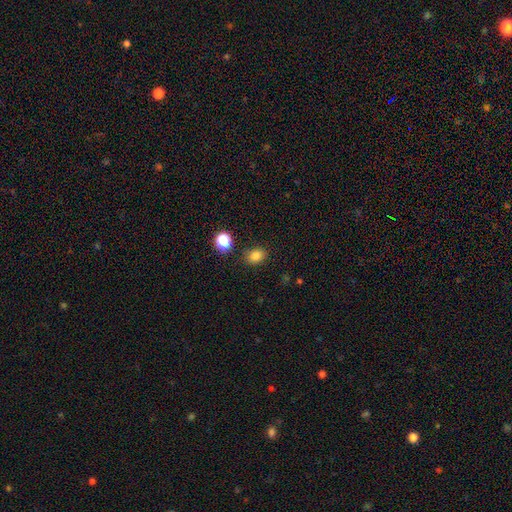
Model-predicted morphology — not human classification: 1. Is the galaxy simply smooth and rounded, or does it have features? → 81% smooth, 13% star or artifact, 5% featured or disk.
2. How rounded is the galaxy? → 58% in between, 41% round, 1% cigar-shaped.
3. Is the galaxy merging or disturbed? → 84% none, 10% minor disturbance, 3% major disturbance, 3% merger.